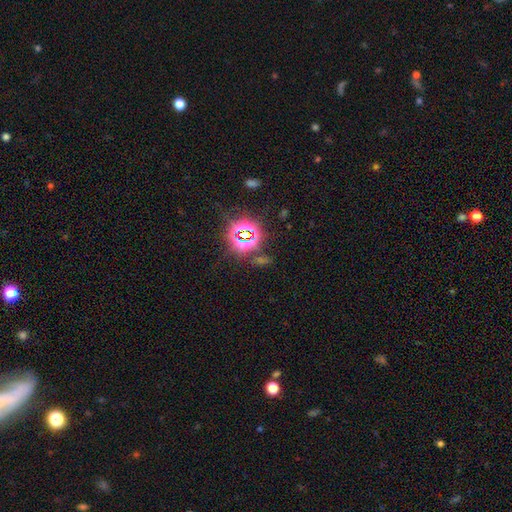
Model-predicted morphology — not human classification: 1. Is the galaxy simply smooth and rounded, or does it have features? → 79% star or artifact, 13% smooth, 8% featured or disk.